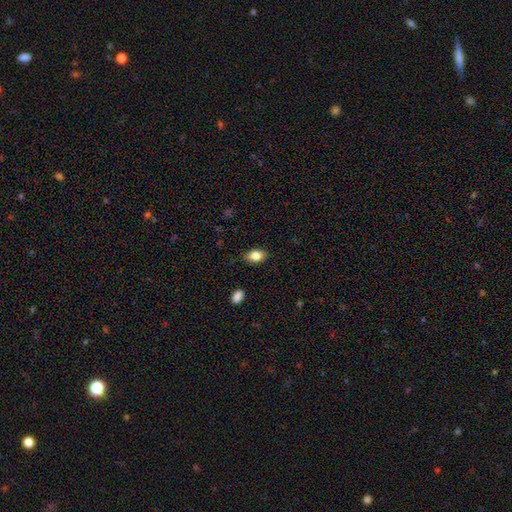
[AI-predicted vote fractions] Smooth or featured: smooth — 83% (featured or disk — 9%)
How rounded: in between — 85% (round — 13%)
Merging: none — 84% (minor disturbance — 12%)